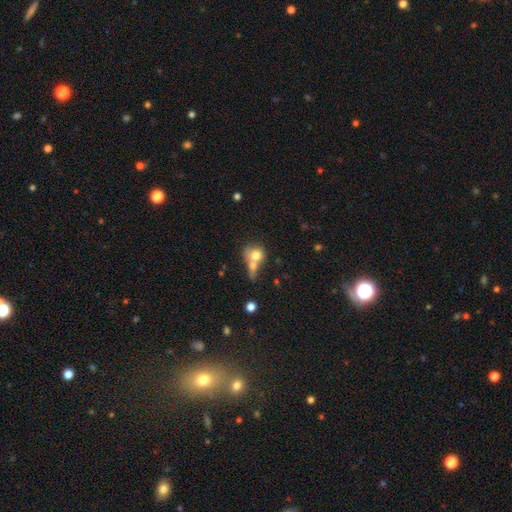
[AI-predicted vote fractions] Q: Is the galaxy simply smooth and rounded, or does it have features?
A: smooth — 70%.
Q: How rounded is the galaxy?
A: round — 69%.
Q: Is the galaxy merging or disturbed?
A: merger — 60%.